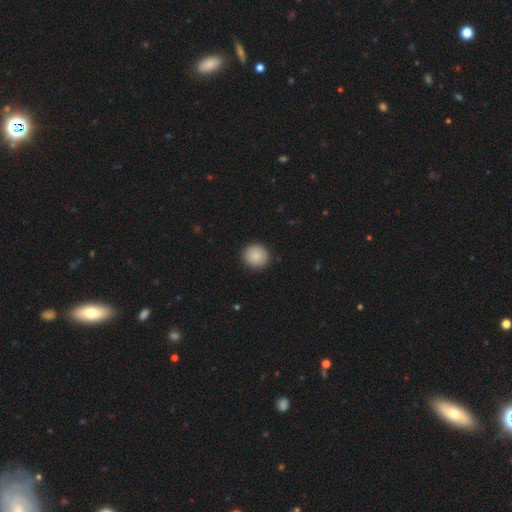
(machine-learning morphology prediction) type=smooth (88%); roundness=round (92%); merging=none (92%).